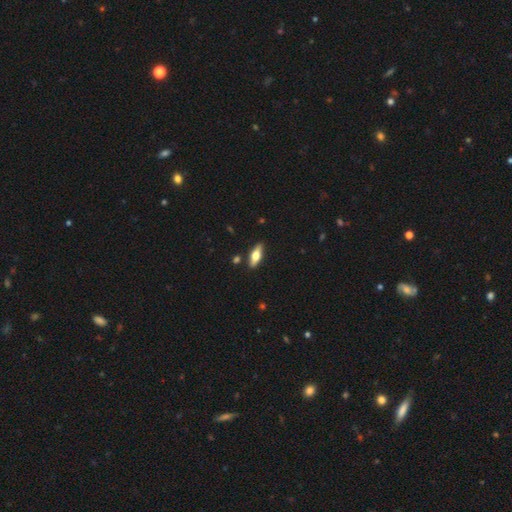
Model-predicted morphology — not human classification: type=smooth (52%); roundness=in between (63%); merging=none (87%).